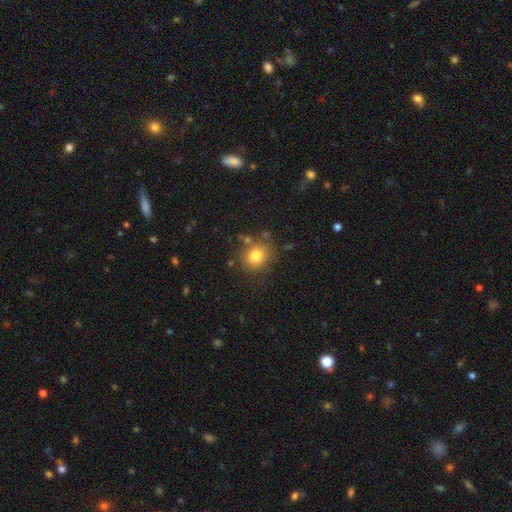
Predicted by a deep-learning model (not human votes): Smooth or featured: smooth — 81% (star or artifact — 11%)
How rounded: round — 74% (in between — 26%)
Merging: none — 78% (minor disturbance — 12%)